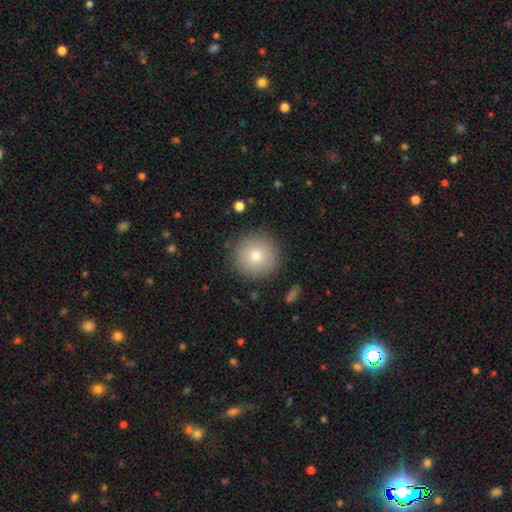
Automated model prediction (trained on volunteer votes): This is likely a smooth galaxy (79%). How rounded: clearly round (95%). Merging: clearly none (90%).